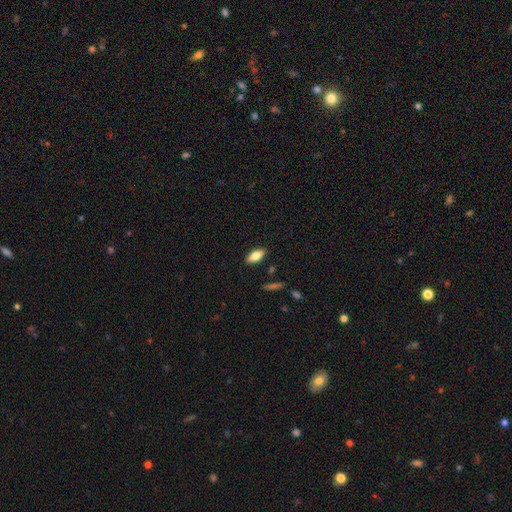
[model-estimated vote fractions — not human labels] A smooth galaxy with no disk features (76%) that is in between round and cigar-shaped (85%).

Vote fractions:
- Smooth or featured? smooth: 76% / featured or disk: 17% / star or artifact: 7%
- How rounded? in between: 85% / cigar-shaped: 12% / round: 3%
- Merging? none: 88% / minor disturbance: 9% / major disturbance: 2% / merger: 1%